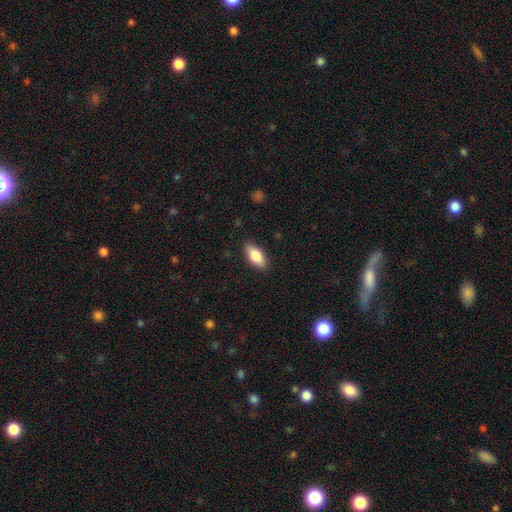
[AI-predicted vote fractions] This appears to be a smooth galaxy with no disk features (82%) that is in between round and cigar-shaped (88%). Merging: none (87%).